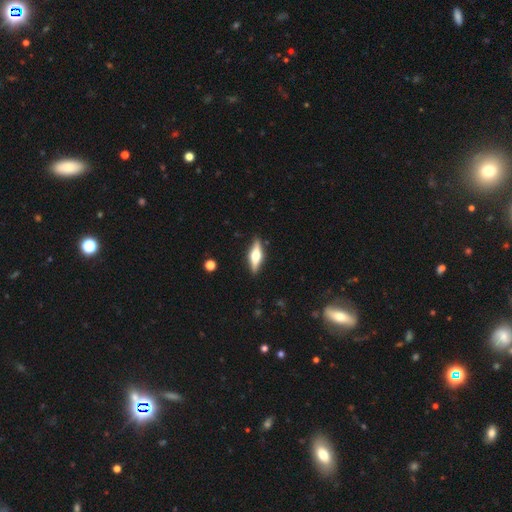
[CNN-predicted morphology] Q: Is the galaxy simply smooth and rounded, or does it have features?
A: featured or disk — 62%.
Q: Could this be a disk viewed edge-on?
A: yes — 95%.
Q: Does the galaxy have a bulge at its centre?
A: rounded — 92%.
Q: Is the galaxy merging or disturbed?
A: none — 88%.